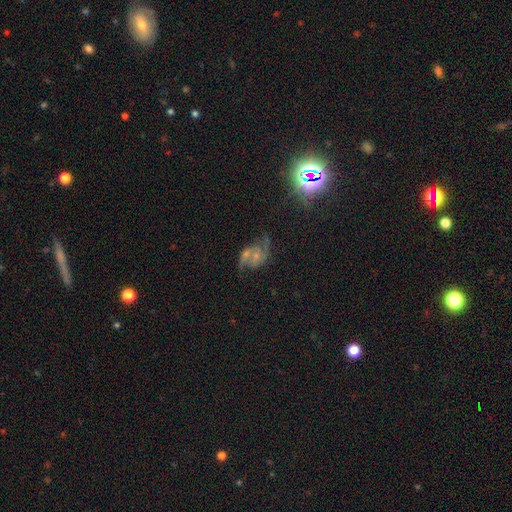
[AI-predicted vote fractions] Smooth or featured: featured or disk — 73% (star or artifact — 15%)
Edge-on disk: no — 97% (yes — 3%)
Bar: no — 64% (weak — 29%)
Spiral arms: yes — 90% (no — 10%)
Spiral winding: medium — 46% (loose — 38%)
Spiral arm count: 2 — 83% (can't tell — 7%)
Bulge size: small — 59% (moderate — 28%)
Merging: none — 45% (merger — 22%)